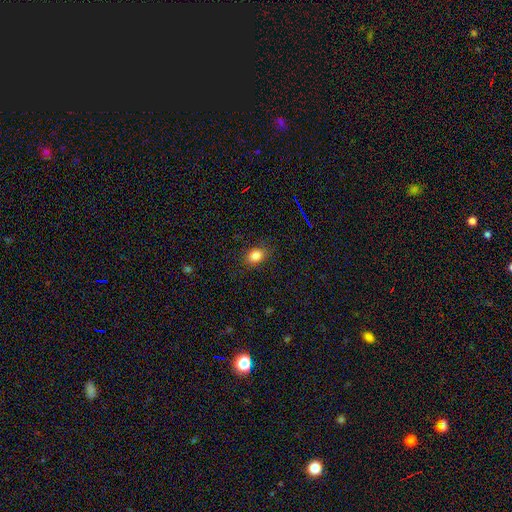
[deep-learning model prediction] Q: Smooth or featured?
A: smooth (83%); runner-up: star or artifact (11%)
Q: How rounded?
A: in between (68%); runner-up: round (31%)
Q: Merging?
A: none (84%); runner-up: minor disturbance (12%)